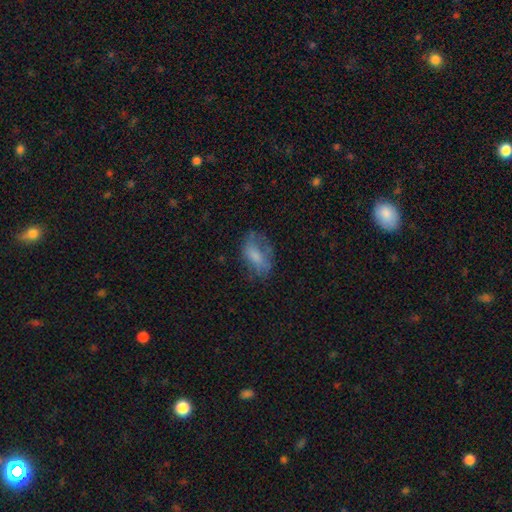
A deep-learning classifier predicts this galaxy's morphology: smooth_or_featured: smooth (p=0.61) [alt: featured or disk p=0.30]
how_rounded: in between (p=0.87) [alt: round p=0.09]
merging: none (p=0.48) [alt: minor disturbance p=0.27]